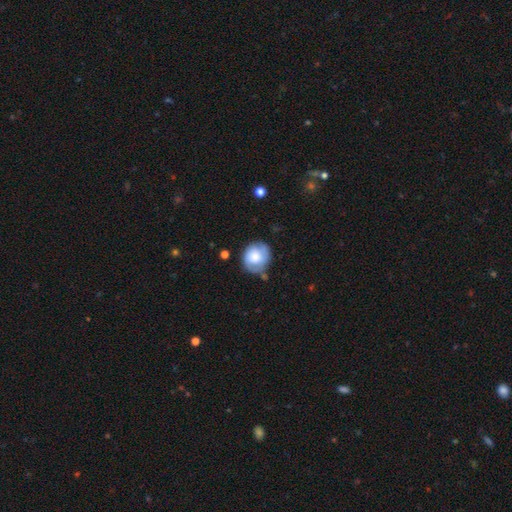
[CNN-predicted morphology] Smooth or featured: smooth — 62% (featured or disk — 31%)
How rounded: round — 75% (in between — 24%)
Merging: none — 61% (minor disturbance — 26%)